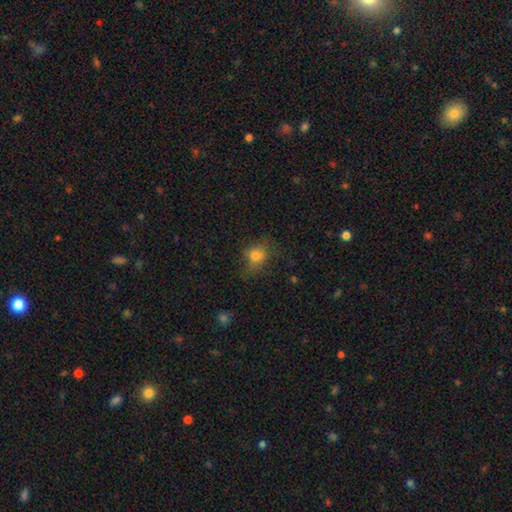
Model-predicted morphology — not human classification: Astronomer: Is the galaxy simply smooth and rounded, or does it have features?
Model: smooth — 77%.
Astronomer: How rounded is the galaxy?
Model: round — 65%.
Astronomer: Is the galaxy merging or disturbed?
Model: none — 67%.